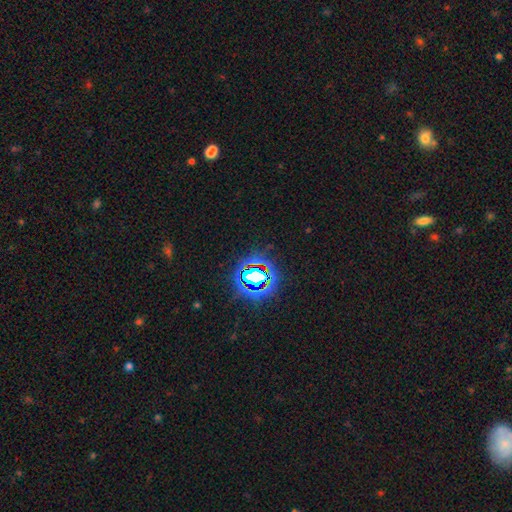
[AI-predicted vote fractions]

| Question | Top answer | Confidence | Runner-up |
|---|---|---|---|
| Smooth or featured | star or artifact | 81% | smooth (12%) |